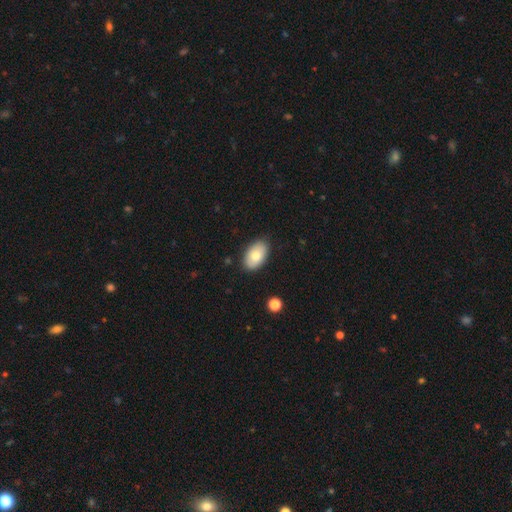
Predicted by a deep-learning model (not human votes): smooth_or_featured: smooth (p=0.76) [alt: featured or disk p=0.17]
how_rounded: in between (p=0.92) [alt: round p=0.07]
merging: none (p=0.85) [alt: minor disturbance p=0.11]